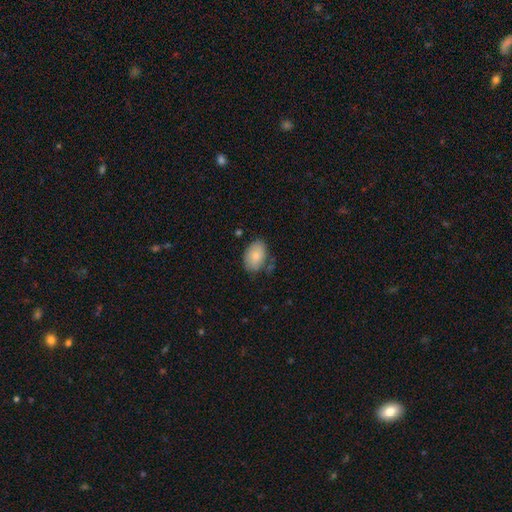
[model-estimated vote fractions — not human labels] Morphology: type=smooth (82%); roundness=in between (85%); merging=none (70%).